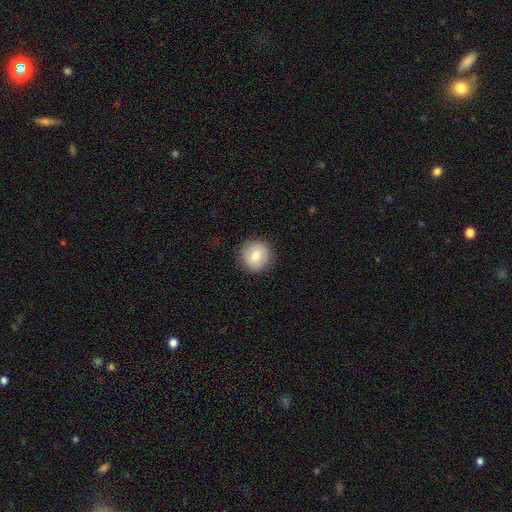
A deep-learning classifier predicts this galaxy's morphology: A smooth galaxy with no disk features (75%) that is round (93%).

Vote fractions:
- Smooth or featured? smooth: 75% / featured or disk: 16% / star or artifact: 8%
- How rounded? round: 93% / in between: 7% / cigar-shaped: 1%
- Merging? none: 89% / minor disturbance: 8% / major disturbance: 2% / merger: 1%